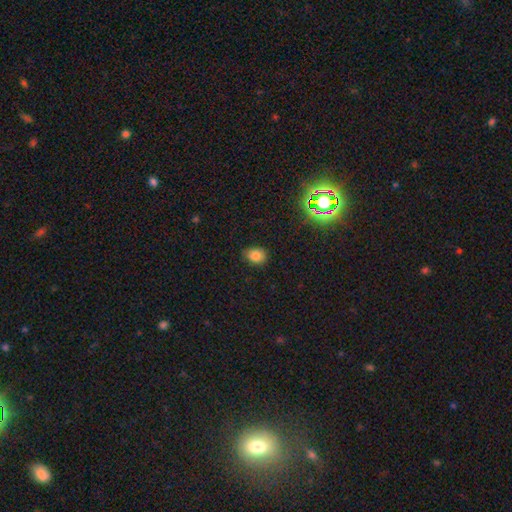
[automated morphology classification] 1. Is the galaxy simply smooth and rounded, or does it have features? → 80% smooth, 14% star or artifact, 7% featured or disk.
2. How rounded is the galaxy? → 59% in between, 40% round, 1% cigar-shaped.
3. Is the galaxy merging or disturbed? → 81% none, 15% minor disturbance, 3% major disturbance, 1% merger.